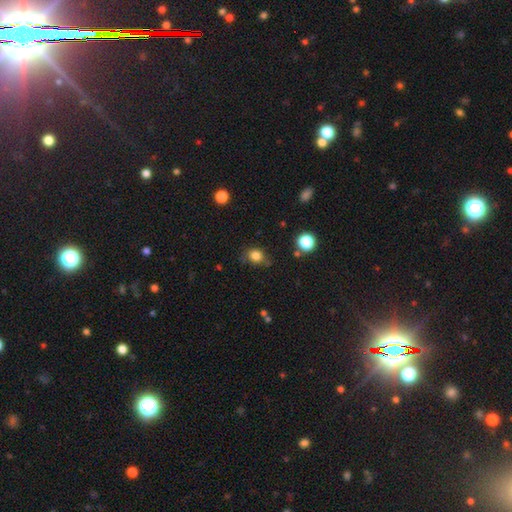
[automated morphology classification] smooth_or_featured: smooth (p=0.82) [alt: star or artifact p=0.12]
how_rounded: round (p=0.71) [alt: in between p=0.27]
merging: none (p=0.70) [alt: minor disturbance p=0.21]